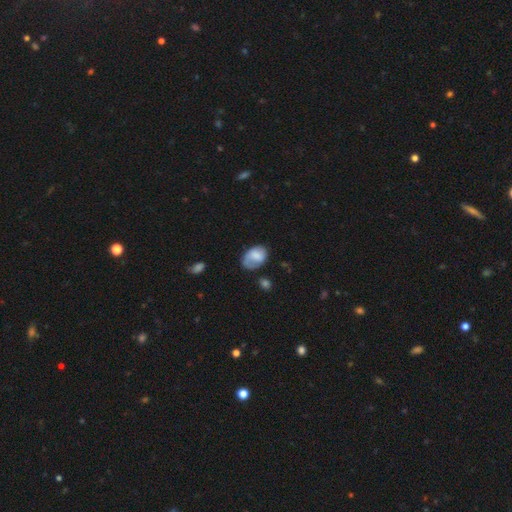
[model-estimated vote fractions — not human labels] This is likely a smooth galaxy (67%). How rounded: clearly in between (81%). Merging: marginally none (44%).